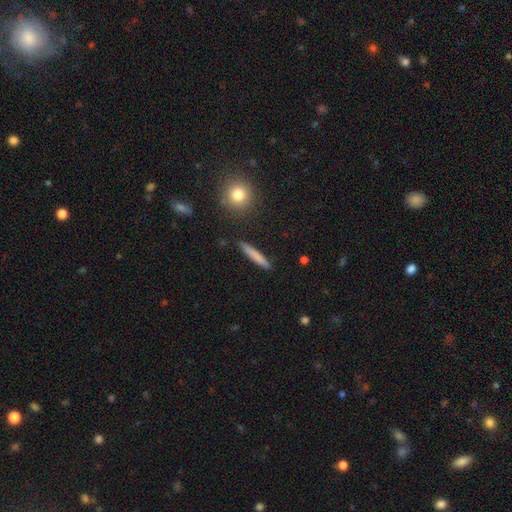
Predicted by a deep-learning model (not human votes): smooth-or-featured: smooth: 77% | featured or disk: 17% | star or artifact: 6%
  how-rounded: cigar-shaped: 94% | in between: 4% | round: 2%
  merging: none: 90% | minor disturbance: 7% | merger: 2% | major disturbance: 2%